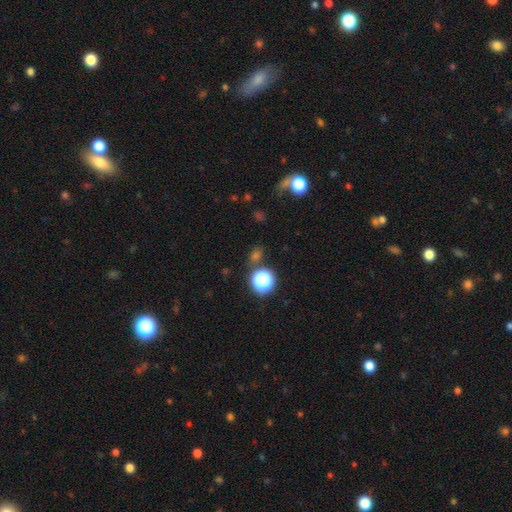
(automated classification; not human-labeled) Smooth or featured: smooth — 49% (star or artifact — 42%)
Merging: none — 74% (minor disturbance — 11%)